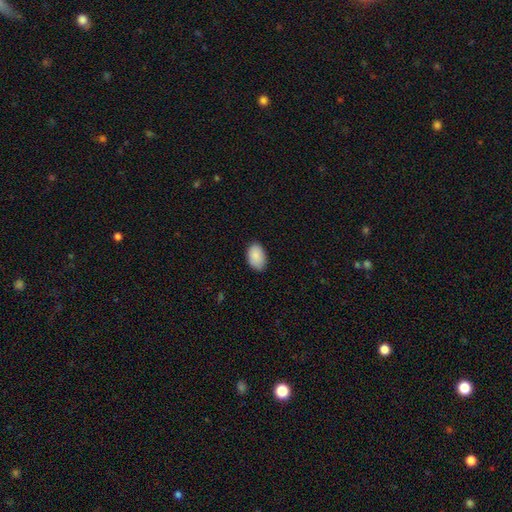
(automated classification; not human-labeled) A smooth galaxy with no disk features (89%) that is in between round and cigar-shaped (90%). Merging: none (81%).